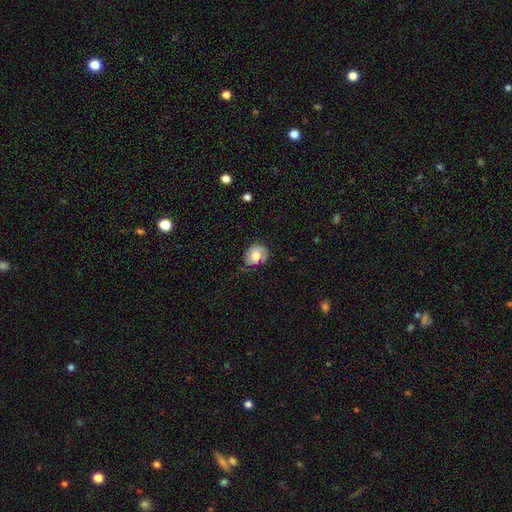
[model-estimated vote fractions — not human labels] Smooth or featured: smooth — 64% (featured or disk — 28%)
How rounded: in between — 54% (round — 45%)
Merging: none — 56% (minor disturbance — 33%)